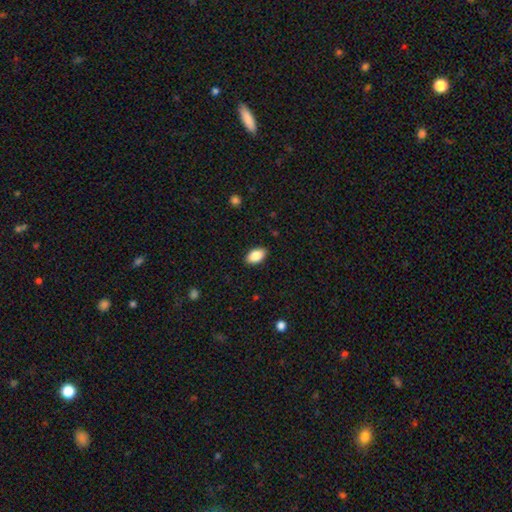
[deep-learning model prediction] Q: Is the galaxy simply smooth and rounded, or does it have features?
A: smooth — 87%.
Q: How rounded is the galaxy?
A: in between — 93%.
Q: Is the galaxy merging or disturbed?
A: none — 89%.